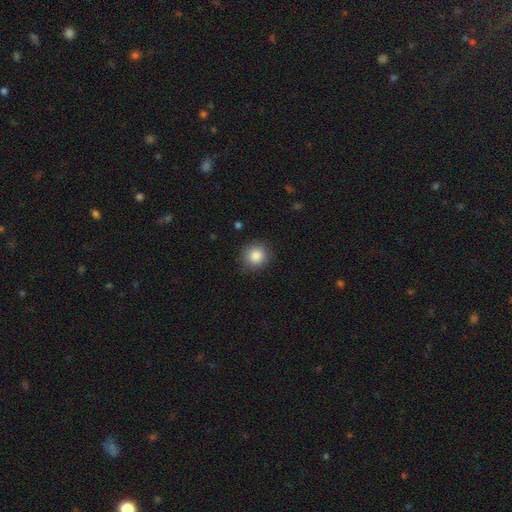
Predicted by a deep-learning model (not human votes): Q: Smooth or featured?
A: smooth (86%); runner-up: star or artifact (9%)
Q: How rounded?
A: round (90%); runner-up: in between (9%)
Q: Merging?
A: none (87%); runner-up: minor disturbance (9%)